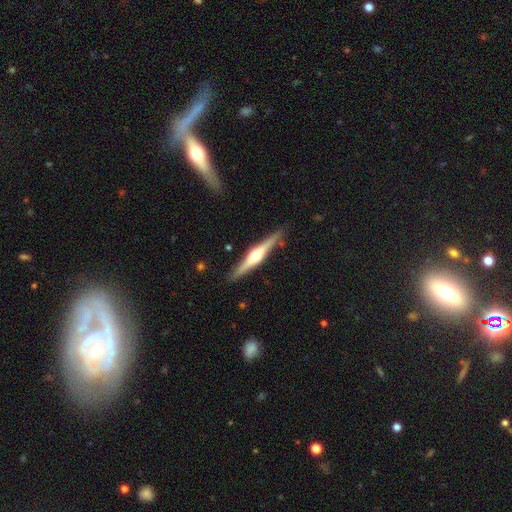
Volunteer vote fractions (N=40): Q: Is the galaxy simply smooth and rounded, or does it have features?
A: featured or disk — 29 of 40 (72%).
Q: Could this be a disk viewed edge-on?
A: yes — 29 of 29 (100%).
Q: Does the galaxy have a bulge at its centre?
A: rounded — 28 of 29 (97%).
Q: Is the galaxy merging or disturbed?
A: none — 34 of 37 (92%).